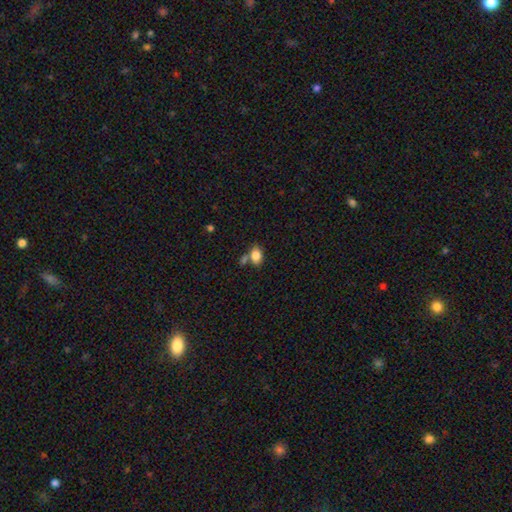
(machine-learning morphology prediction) Smooth or featured? smooth (84%)
How rounded? in between (82%)
Merging? none (58%)